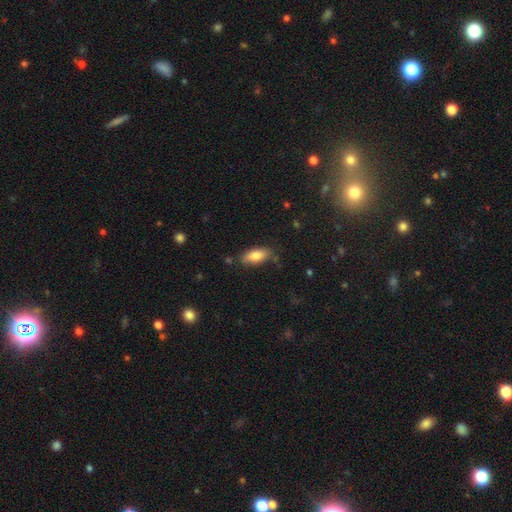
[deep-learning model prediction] Morphology: type=smooth (82%); roundness=in between (84%); merging=none (78%).